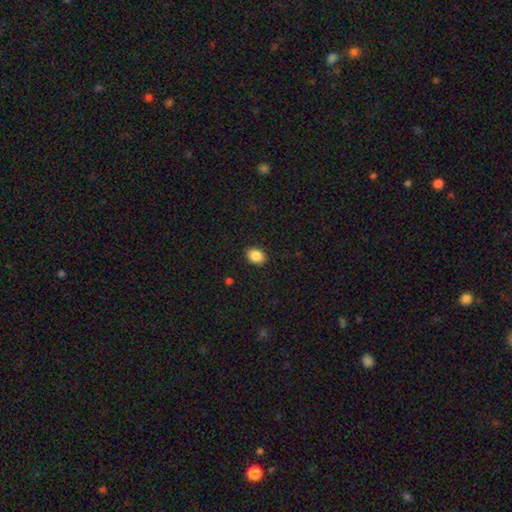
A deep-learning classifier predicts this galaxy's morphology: Smooth or featured?
  - smooth: 88% *
  - star or artifact: 8%
  - featured or disk: 4%
How rounded?
  - in between: 63% *
  - round: 36%
  - cigar-shaped: 1%
Merging?
  - none: 90% *
  - minor disturbance: 7%
  - major disturbance: 2%
  - merger: 1%